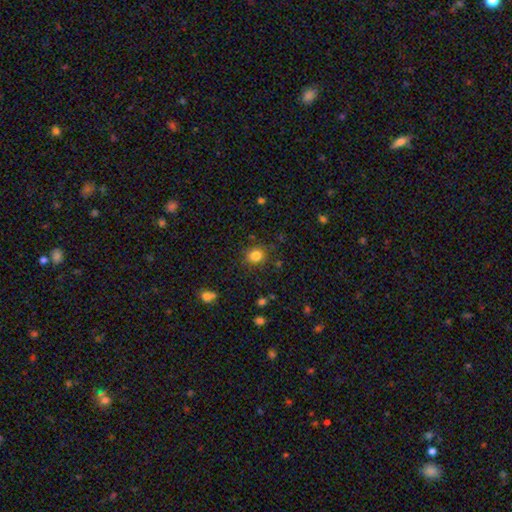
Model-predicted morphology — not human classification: A smooth galaxy with no disk features (82%) that is round (71%). Merging: none (83%).